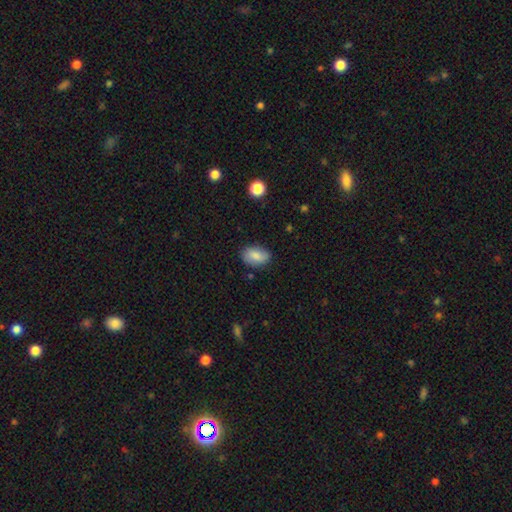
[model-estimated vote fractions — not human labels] Smooth or featured?
  - smooth: 80% *
  - featured or disk: 13%
  - star or artifact: 7%
How rounded?
  - in between: 88% *
  - round: 10%
  - cigar-shaped: 2%
Merging?
  - none: 81% *
  - minor disturbance: 14%
  - major disturbance: 3%
  - merger: 1%